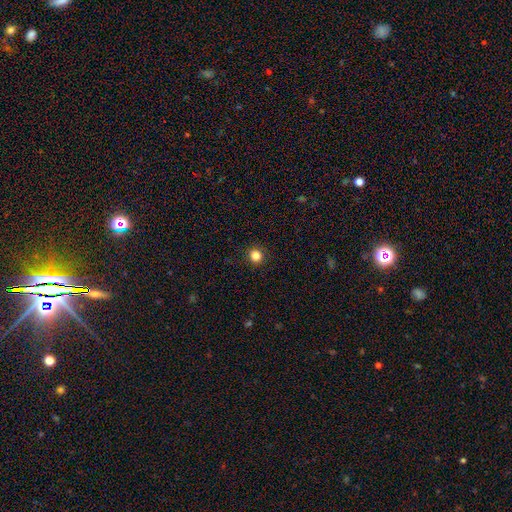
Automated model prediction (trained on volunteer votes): The model was most divided on "smooth or featured": smooth: 84%, star or artifact: 12%, featured or disk: 4%. More confident: how rounded — round (93%); merging — none (92%).